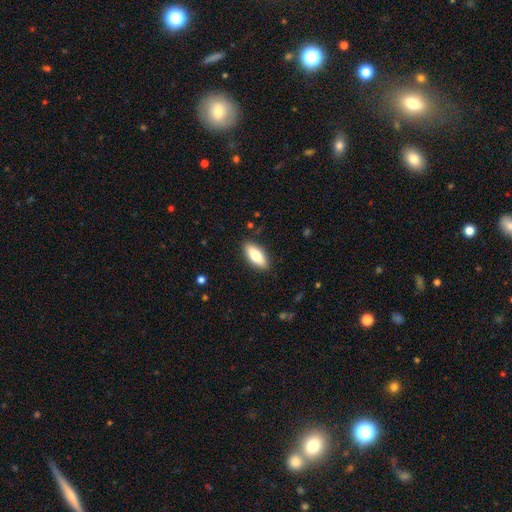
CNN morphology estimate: type=smooth (75%); roundness=in between (78%); merging=none (88%).